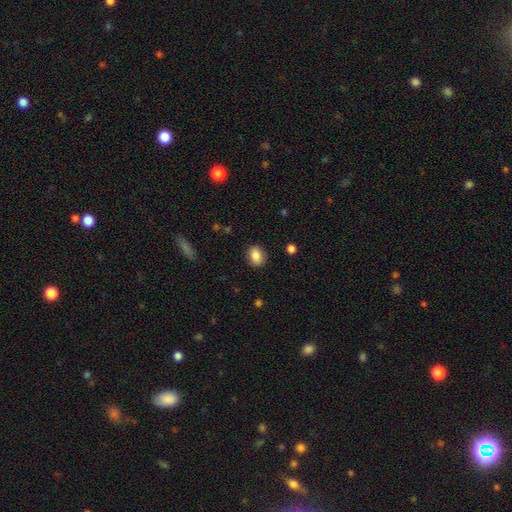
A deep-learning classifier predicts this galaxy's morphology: A smooth galaxy with no disk features (86%) that is in between round and cigar-shaped (65%). Merging: none (87%).